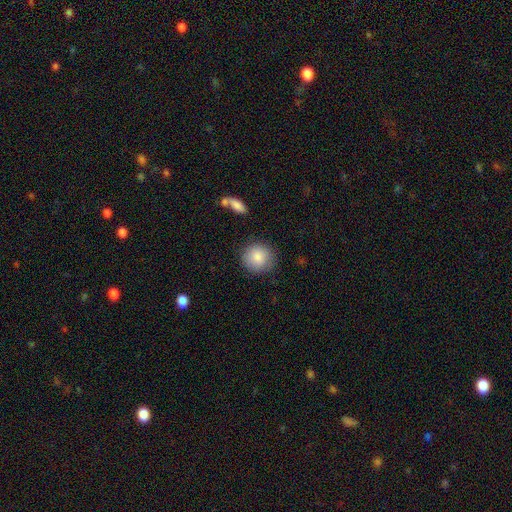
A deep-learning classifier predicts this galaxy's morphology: Smooth or featured? Predicted: smooth (p=0.86). How rounded? Predicted: round (p=0.90). Merging? Predicted: none (p=0.84).